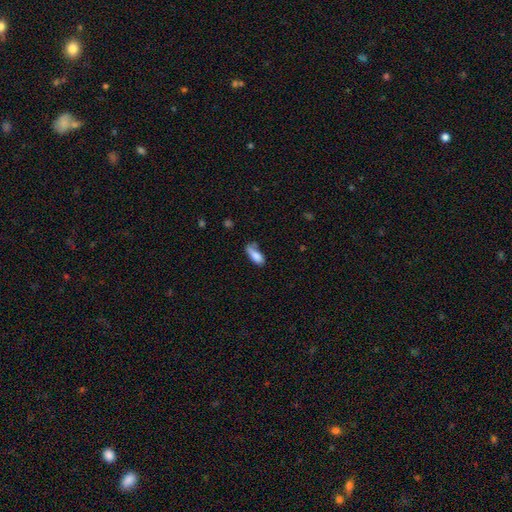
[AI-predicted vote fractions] Smooth or featured? smooth (80%)
How rounded? in between (75%)
Merging? none (43%)